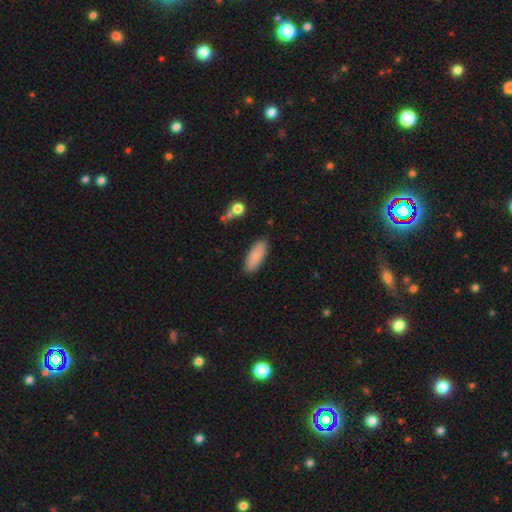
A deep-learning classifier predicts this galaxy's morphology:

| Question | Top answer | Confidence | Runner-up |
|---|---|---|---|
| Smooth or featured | smooth | 86% | featured or disk (7%) |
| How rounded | in between | 74% | cigar-shaped (24%) |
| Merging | none | 86% | minor disturbance (10%) |